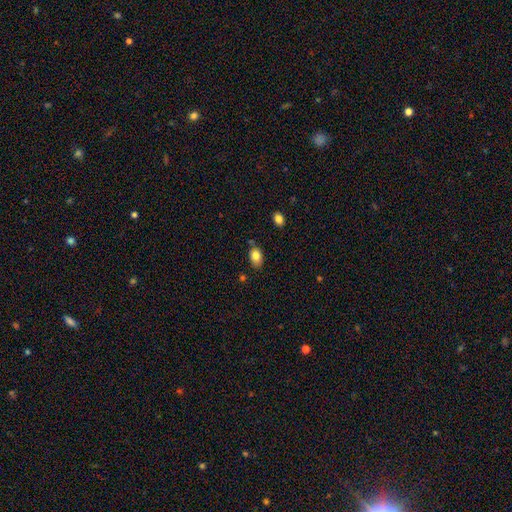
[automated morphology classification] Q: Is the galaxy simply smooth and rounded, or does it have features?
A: smooth — 82%.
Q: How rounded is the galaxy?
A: in between — 85%.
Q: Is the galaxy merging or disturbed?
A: none — 74%.